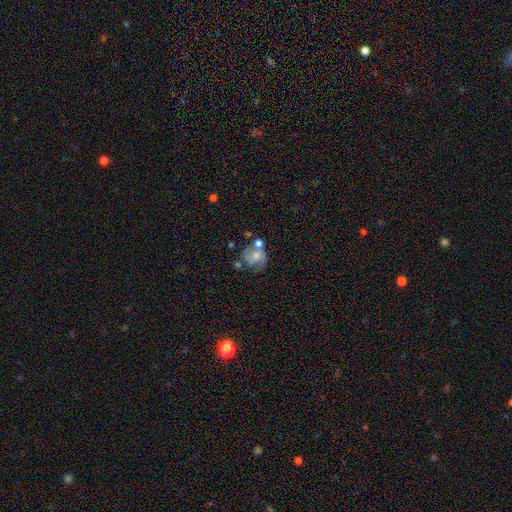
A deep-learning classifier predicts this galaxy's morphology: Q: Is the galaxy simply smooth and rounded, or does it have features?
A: featured or disk — 48%.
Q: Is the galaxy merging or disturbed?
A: none — 46%.